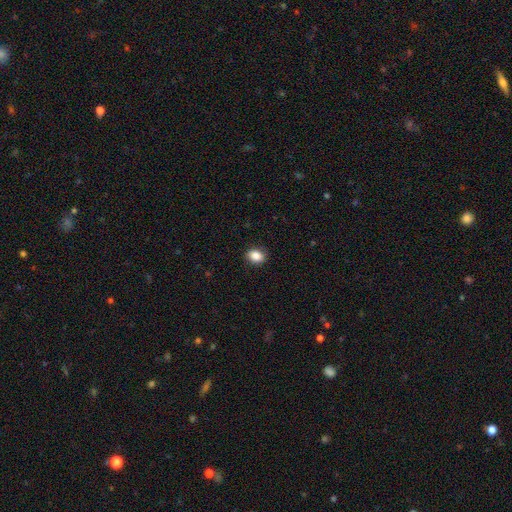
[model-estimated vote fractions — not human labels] The model was most divided on "how rounded": in between: 59%, round: 40%, cigar-shaped: 1%. More confident: merging — none (89%); smooth or featured — smooth (87%).